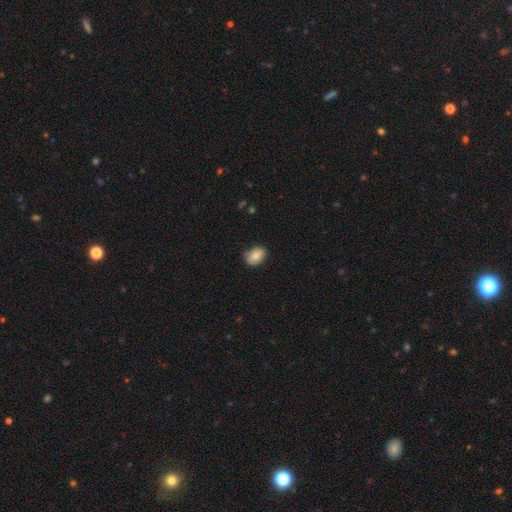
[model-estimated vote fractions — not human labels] A smooth galaxy with no disk features (78%) that is in between round and cigar-shaped (72%). Merging: none (73%).